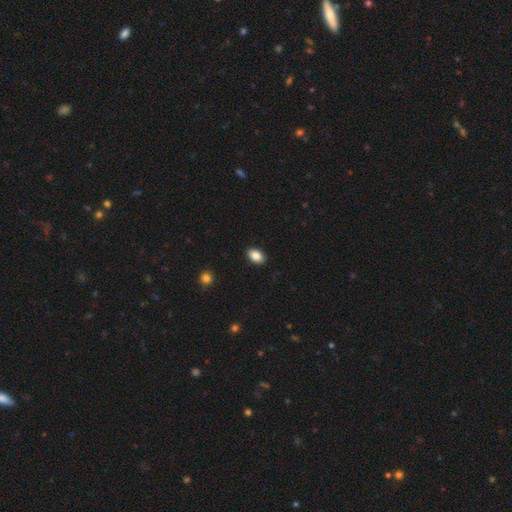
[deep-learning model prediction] smooth 87%, star or artifact 8%, featured or disk 5%. Down the decision tree: how rounded — in between (89%); merging — none (90%).